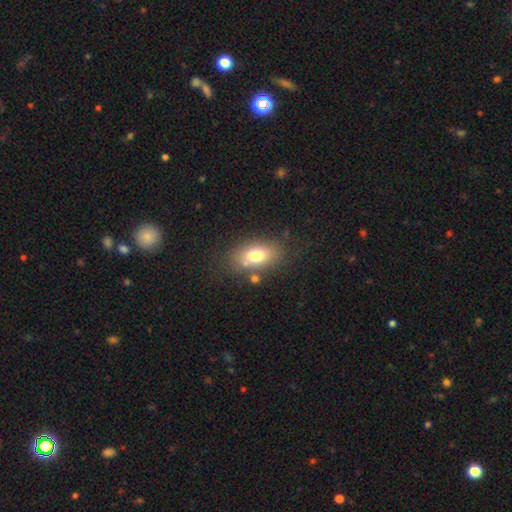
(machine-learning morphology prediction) A smooth galaxy with no disk features (75%) that is in between round and cigar-shaped (87%). Merging: none (74%).